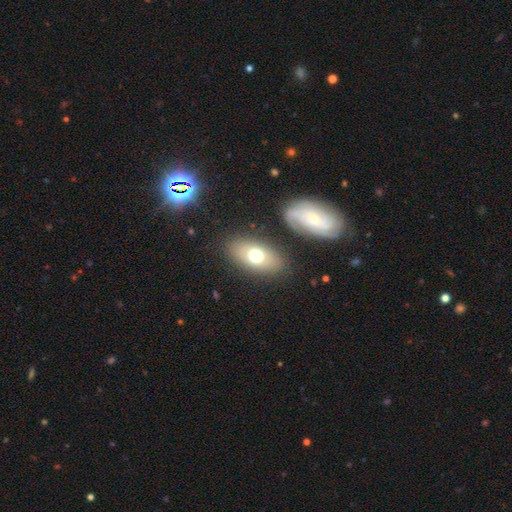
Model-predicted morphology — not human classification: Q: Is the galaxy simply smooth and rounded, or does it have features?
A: smooth — 65%.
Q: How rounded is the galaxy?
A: in between — 89%.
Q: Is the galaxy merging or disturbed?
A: none — 82%.